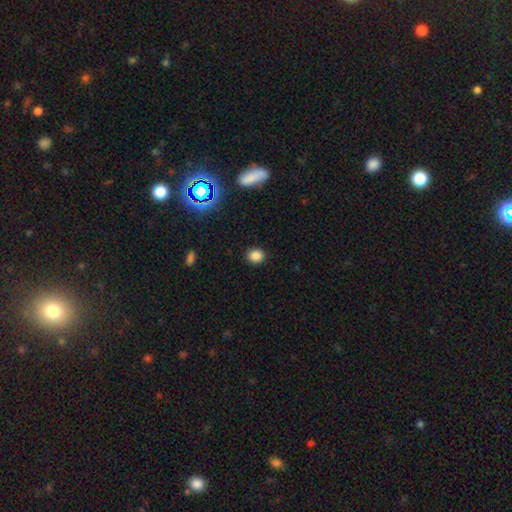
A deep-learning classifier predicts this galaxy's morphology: The model was most divided on "how rounded": round: 75%, in between: 24%, cigar-shaped: 1%. More confident: merging — none (90%); smooth or featured — smooth (84%).